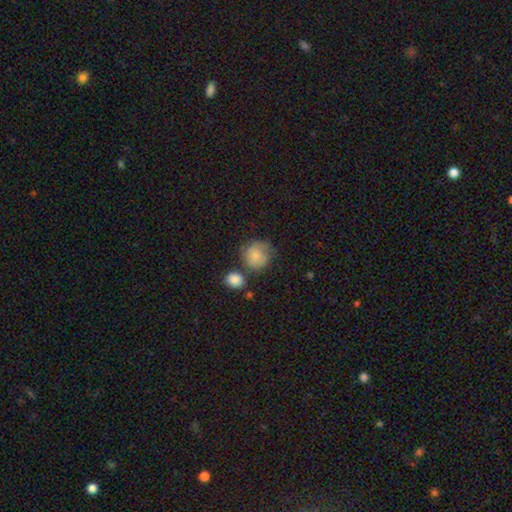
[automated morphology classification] smooth_or_featured: smooth (p=0.82) [alt: featured or disk p=0.11]
how_rounded: round (p=0.86) [alt: in between p=0.14]
merging: none (p=0.58) [alt: minor disturbance p=0.21]